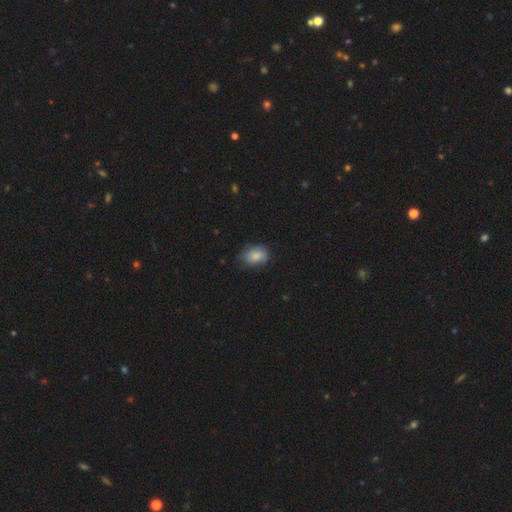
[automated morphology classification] Smooth or featured? Predicted: smooth (p=0.78). How rounded? Predicted: in between (p=0.74). Merging? Predicted: none (p=0.65).